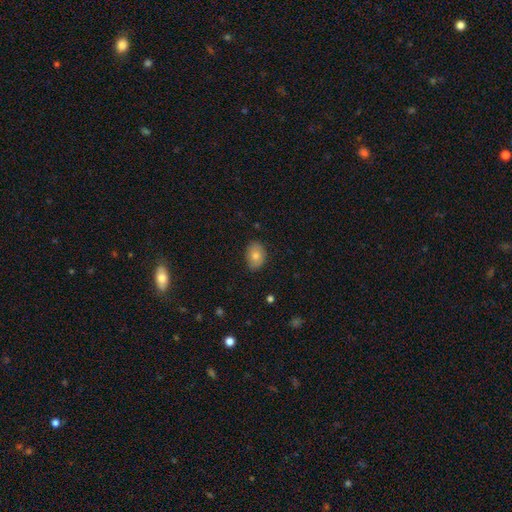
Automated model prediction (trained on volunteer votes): A smooth galaxy with no disk features (79%) that is in between round and cigar-shaped (77%). Merging: none (81%).